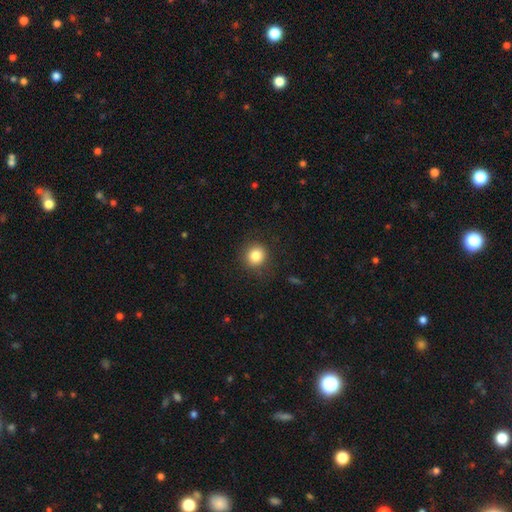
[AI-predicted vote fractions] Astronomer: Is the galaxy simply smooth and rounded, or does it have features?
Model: smooth — 84%.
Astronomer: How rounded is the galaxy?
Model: round — 89%.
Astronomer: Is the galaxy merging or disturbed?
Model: none — 87%.